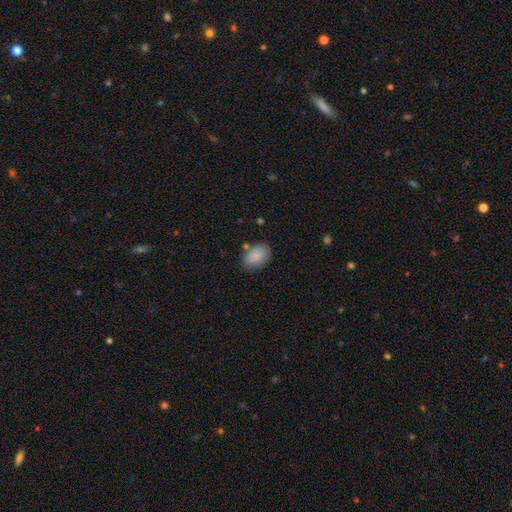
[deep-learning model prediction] smooth-or-featured: smooth: 83% | featured or disk: 10% | star or artifact: 7%
  how-rounded: in between: 85% | round: 14% | cigar-shaped: 1%
  merging: none: 71% | minor disturbance: 20% | merger: 5% | major disturbance: 5%